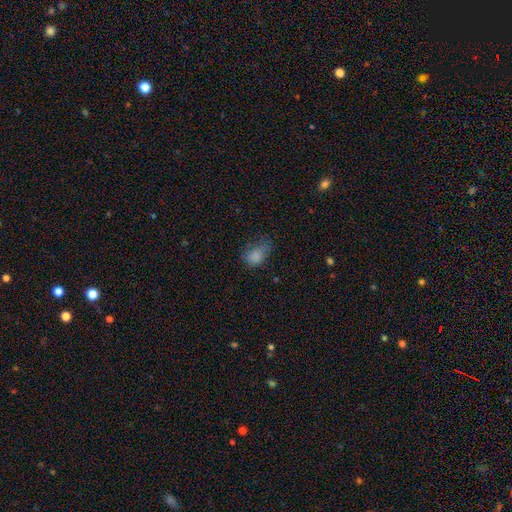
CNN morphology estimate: type=smooth (79%); roundness=in between (78%); merging=none (37%).